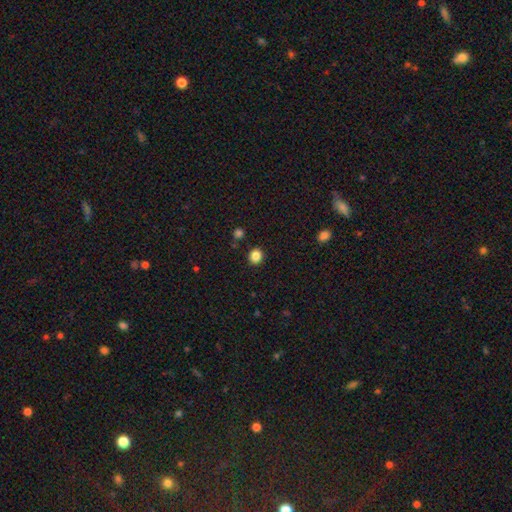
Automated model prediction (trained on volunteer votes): smooth-or-featured: smooth: 85% | star or artifact: 11% | featured or disk: 4%
  how-rounded: round: 84% | in between: 15% | cigar-shaped: 1%
  merging: none: 89% | minor disturbance: 6% | merger: 3% | major disturbance: 2%